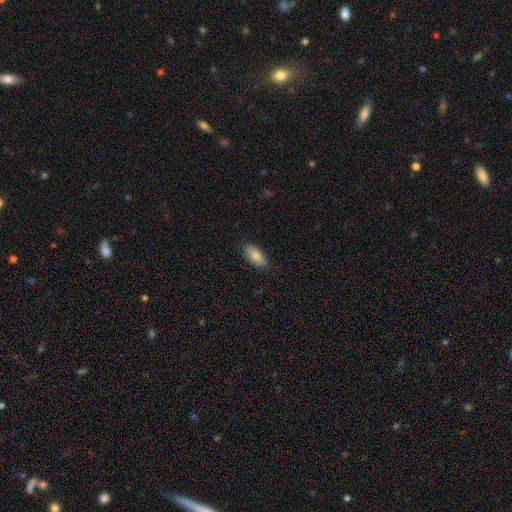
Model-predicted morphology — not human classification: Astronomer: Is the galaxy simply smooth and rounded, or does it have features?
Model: smooth — 83%.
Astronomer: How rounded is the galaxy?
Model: in between — 90%.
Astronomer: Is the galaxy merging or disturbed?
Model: none — 85%.